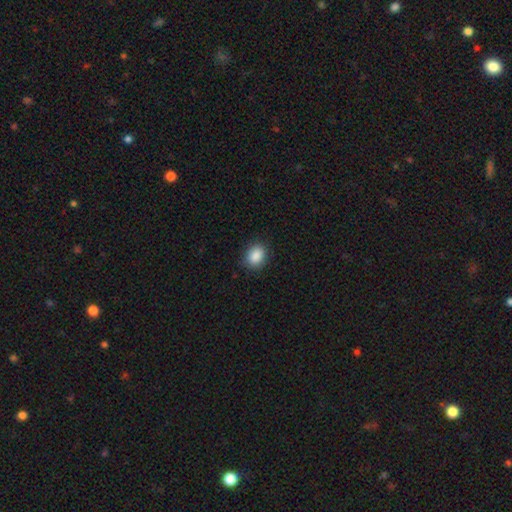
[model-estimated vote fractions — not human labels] Smooth or featured: smooth — 89% (star or artifact — 8%)
How rounded: in between — 57% (round — 42%)
Merging: none — 86% (minor disturbance — 10%)